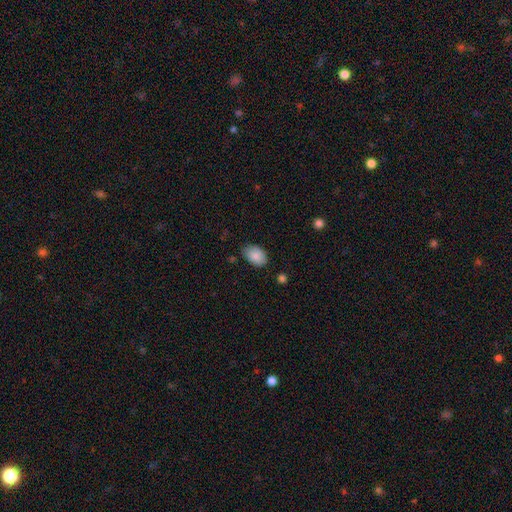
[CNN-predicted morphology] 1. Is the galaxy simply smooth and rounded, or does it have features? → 88% smooth, 7% star or artifact, 5% featured or disk.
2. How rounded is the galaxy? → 86% in between, 13% round, 1% cigar-shaped.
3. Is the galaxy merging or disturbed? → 79% none, 16% minor disturbance, 3% major disturbance, 2% merger.